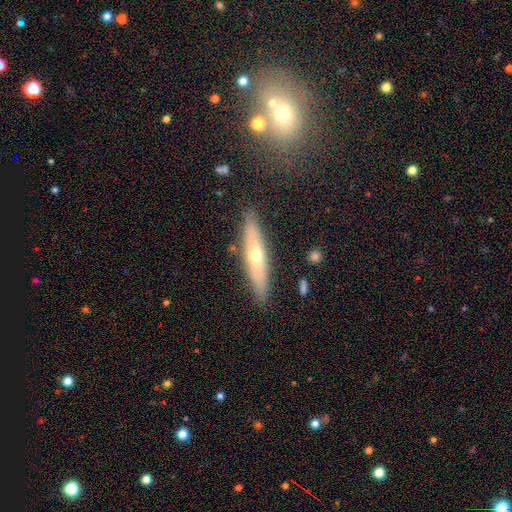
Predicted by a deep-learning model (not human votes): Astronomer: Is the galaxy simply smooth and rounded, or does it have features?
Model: featured or disk — 53% (runner-up: smooth, 40%).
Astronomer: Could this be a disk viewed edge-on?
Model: yes — 77%.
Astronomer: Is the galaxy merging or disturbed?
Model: none — 87%.